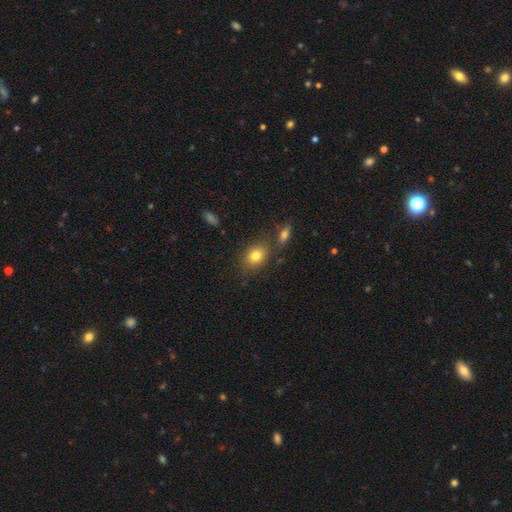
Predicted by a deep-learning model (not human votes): smooth-or-featured: smooth: 80% | featured or disk: 10% | star or artifact: 10%
  how-rounded: in between: 65% | round: 34% | cigar-shaped: 2%
  merging: none: 74% | minor disturbance: 12% | merger: 10% | major disturbance: 4%